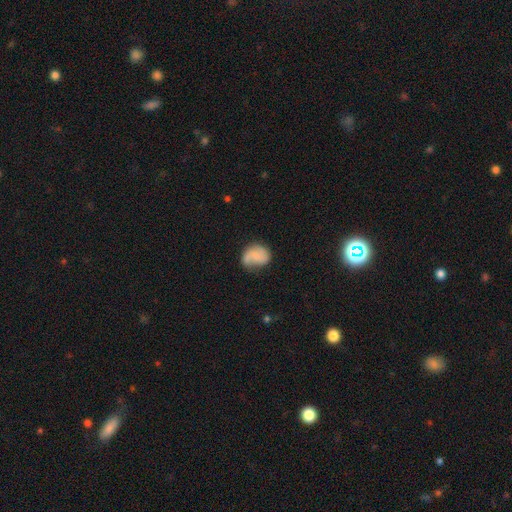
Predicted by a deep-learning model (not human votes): Smooth or featured?
  - smooth: 51% *
  - featured or disk: 40%
  - star or artifact: 9%
How rounded?
  - round: 52% *
  - in between: 47%
  - cigar-shaped: 1%
Merging?
  - none: 47% *
  - minor disturbance: 31%
  - major disturbance: 18%
  - merger: 4%